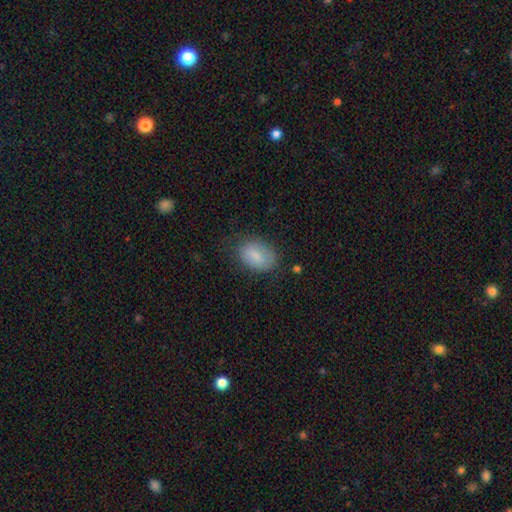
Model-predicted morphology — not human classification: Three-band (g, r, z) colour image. It shows a smooth galaxy with no disk features (81%) that is in between round and cigar-shaped (80%). Merging: none (71%).